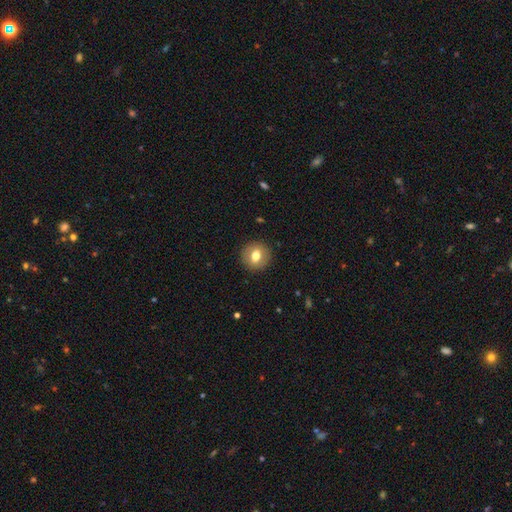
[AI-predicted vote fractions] Smooth or featured: smooth — 70% (featured or disk — 22%)
How rounded: round — 84% (in between — 15%)
Merging: none — 90% (minor disturbance — 7%)